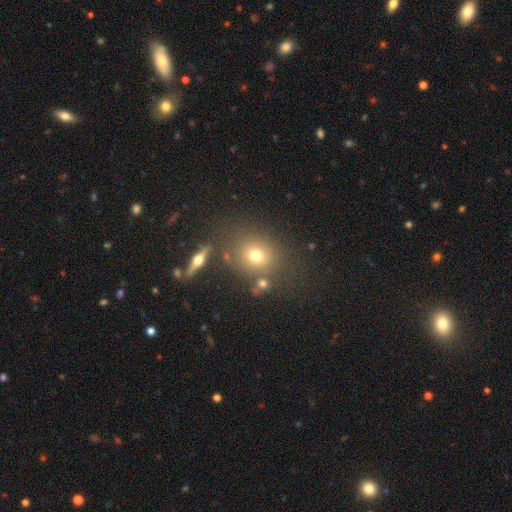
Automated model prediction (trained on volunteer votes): Smooth or featured: smooth — 68% (featured or disk — 17%)
How rounded: round — 76% (in between — 22%)
Merging: none — 75% (minor disturbance — 11%)